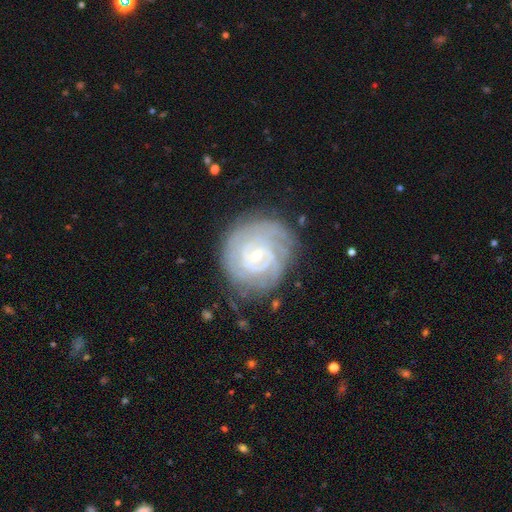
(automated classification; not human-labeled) The model was most divided on "spiral arm count": can't tell: 31%, 2: 27%, 3: 19%, 4: 11%, more than 4: 6%, 1: 6%. More confident: edge-on disk — no (98%); spiral arms — yes (96%); smooth or featured — featured or disk (85%); spiral winding — tight (79%); bulge size — small (79%); merging — none (75%); bar — no (57%).